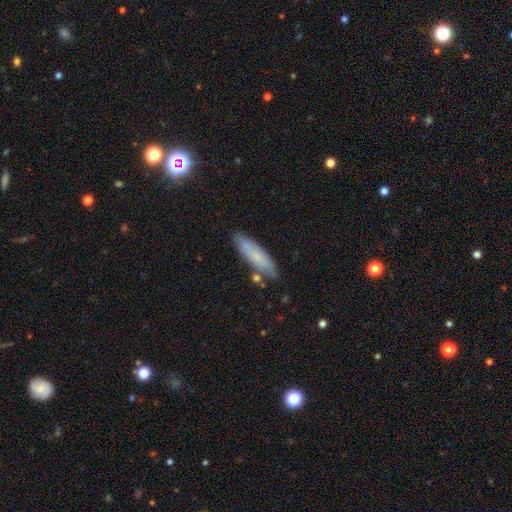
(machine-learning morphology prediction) smooth-or-featured: smooth: 67% | featured or disk: 25% | star or artifact: 8%
  how-rounded: cigar-shaped: 67% | in between: 31% | round: 2%
  merging: none: 79% | minor disturbance: 14% | merger: 4% | major disturbance: 3%